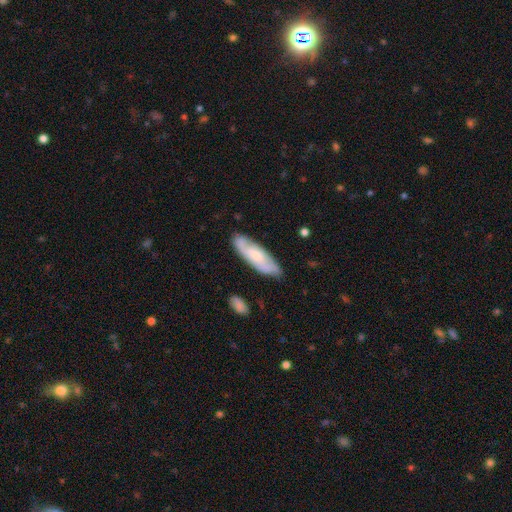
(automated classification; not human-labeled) A featured or disk galaxy (51%).

Vote fractions:
- Smooth or featured? featured or disk: 51% / smooth: 43% / star or artifact: 6%
- Edge-on disk? no: 77% / yes: 23%
- Merging? none: 79% / minor disturbance: 16% / major disturbance: 3% / merger: 2%